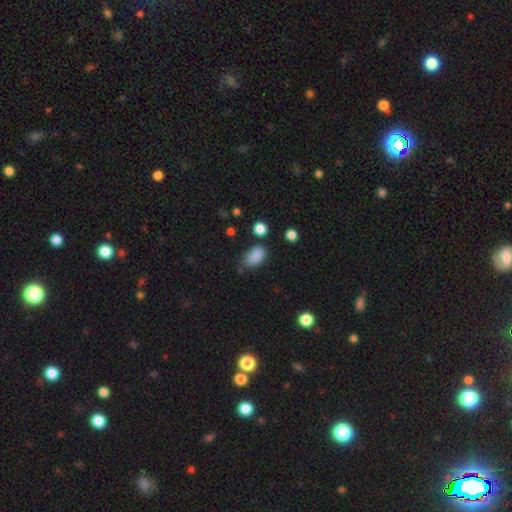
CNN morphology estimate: A smooth galaxy with no disk features (87%) that is in between round and cigar-shaped (90%).

Vote fractions:
- Smooth or featured? smooth: 87% / star or artifact: 9% / featured or disk: 4%
- How rounded? in between: 90% / round: 7% / cigar-shaped: 2%
- Merging? none: 67% / minor disturbance: 23% / major disturbance: 5% / merger: 4%